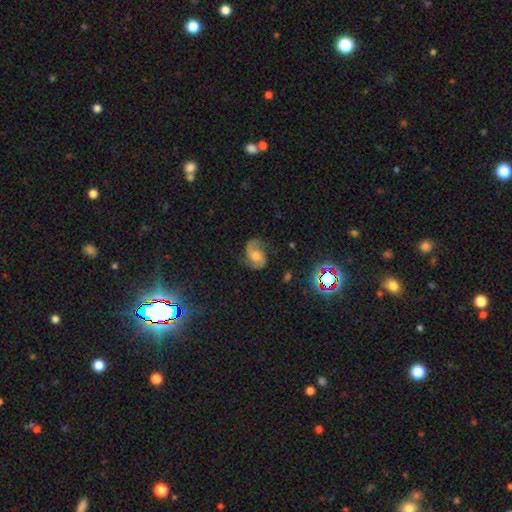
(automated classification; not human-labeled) smooth-or-featured: featured or disk: 73% | smooth: 15% | star or artifact: 12%
  disk-edge-on: no: 97% | yes: 3%
    bar: no: 63% | weak: 31% | strong: 7%
    has-spiral-arms: yes: 95% | no: 5%
      spiral-winding: medium: 51% | loose: 27% | tight: 22%
      spiral-arm-count: 2: 89% | can't tell: 5% | 1: 3% | 3: 1% | 4: 1% | more than 4: 1%
    bulge-size: moderate: 55% | small: 24% | large: 12% | none: 7% | dominant: 2%
  merging: none: 73% | minor disturbance: 18% | major disturbance: 8% | merger: 2%